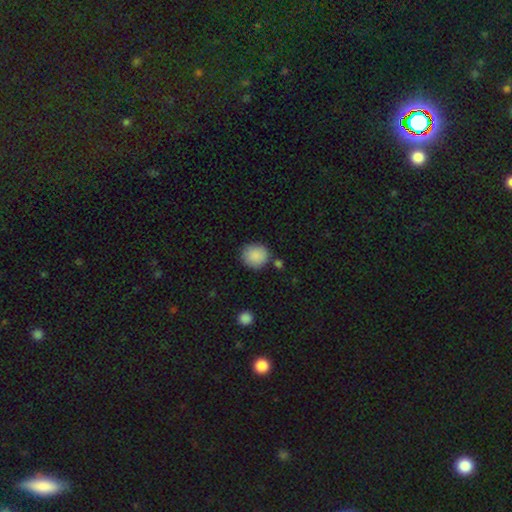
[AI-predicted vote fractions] The model was most divided on "merging": none: 81%, minor disturbance: 11%, merger: 5%, major disturbance: 3%. More confident: smooth or featured — smooth (89%); how rounded — round (86%).